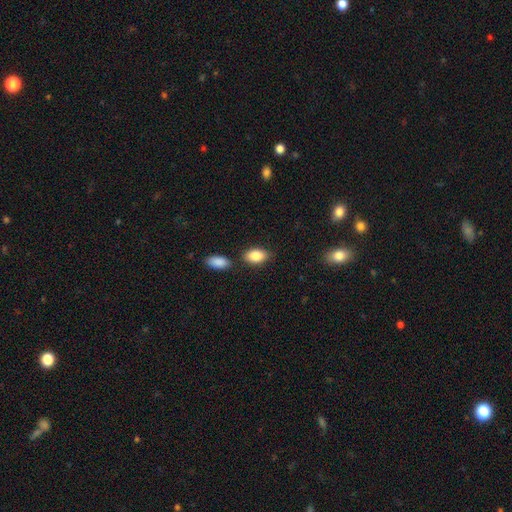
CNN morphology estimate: This appears to be a smooth galaxy with no disk features (87%) that is in between round and cigar-shaped (91%). Merging: none (73%).